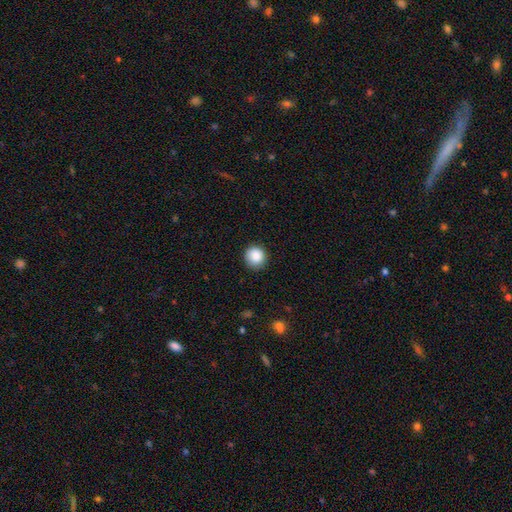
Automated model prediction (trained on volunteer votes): smooth 87%, star or artifact 9%, featured or disk 4%. Down the decision tree: how rounded — round (93%); merging — none (87%).